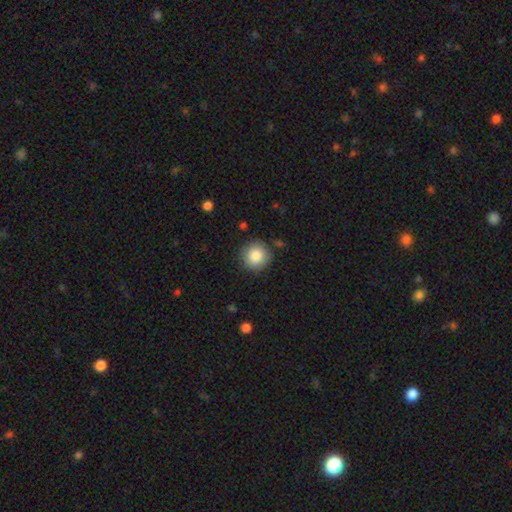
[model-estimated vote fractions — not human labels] Morphology: type=smooth (86%); roundness=round (94%); merging=none (87%).